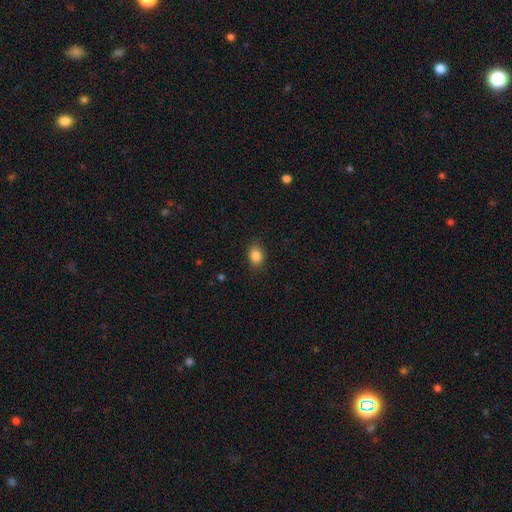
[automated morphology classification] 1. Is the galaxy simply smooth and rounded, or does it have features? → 85% smooth, 9% star or artifact, 6% featured or disk.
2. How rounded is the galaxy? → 77% in between, 22% round, 1% cigar-shaped.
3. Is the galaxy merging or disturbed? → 87% none, 10% minor disturbance, 3% major disturbance, 1% merger.